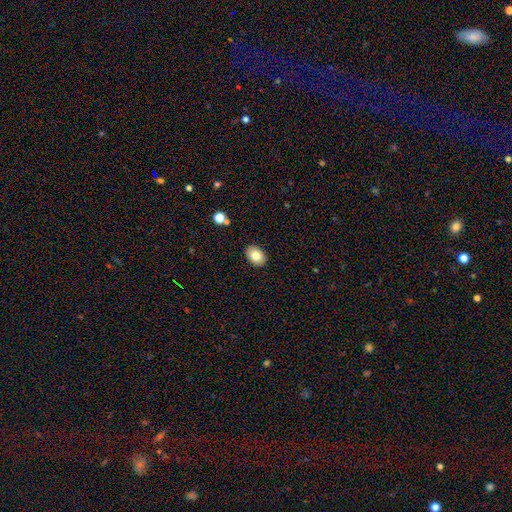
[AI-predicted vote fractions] A smooth galaxy with no disk features (80%) that is in between round and cigar-shaped (81%). Merging: none (89%).